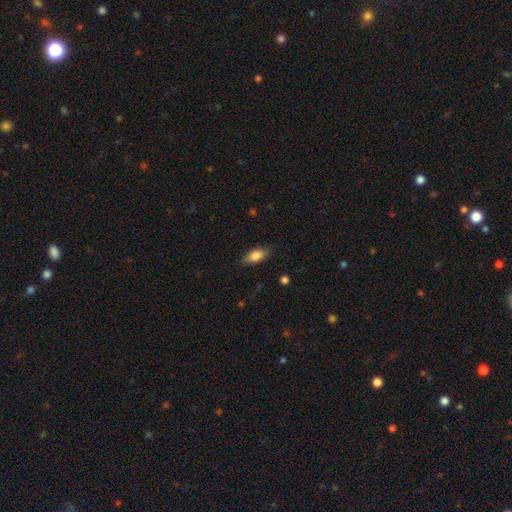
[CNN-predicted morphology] Smooth or featured?
  - smooth: 82% *
  - featured or disk: 12%
  - star or artifact: 7%
How rounded?
  - in between: 84% *
  - cigar-shaped: 13%
  - round: 3%
Merging?
  - none: 82% *
  - minor disturbance: 14%
  - major disturbance: 3%
  - merger: 1%